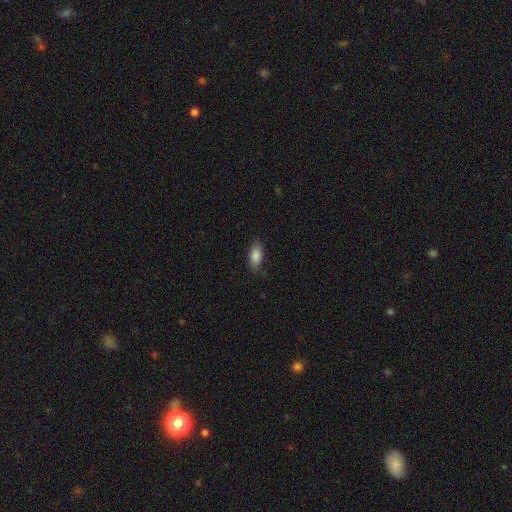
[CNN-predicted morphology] Smooth or featured? smooth (85%)
How rounded? in between (89%)
Merging? none (80%)